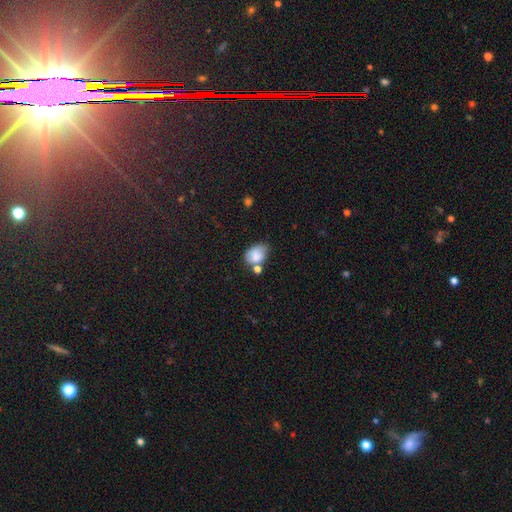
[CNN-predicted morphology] Smooth or featured?
  - smooth: 80% *
  - featured or disk: 11%
  - star or artifact: 9%
How rounded?
  - in between: 71% *
  - round: 28%
  - cigar-shaped: 1%
Merging?
  - none: 46% *
  - minor disturbance: 26%
  - merger: 20%
  - major disturbance: 8%